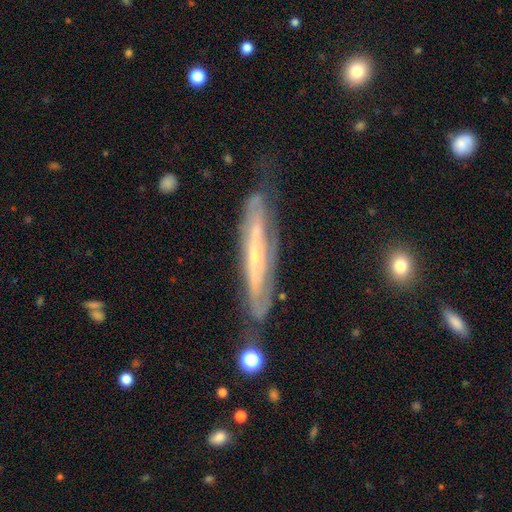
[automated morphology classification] This is likely a featured or disk galaxy (78%). It is possibly viewed edge-on (56%). Merging: likely none (70%).